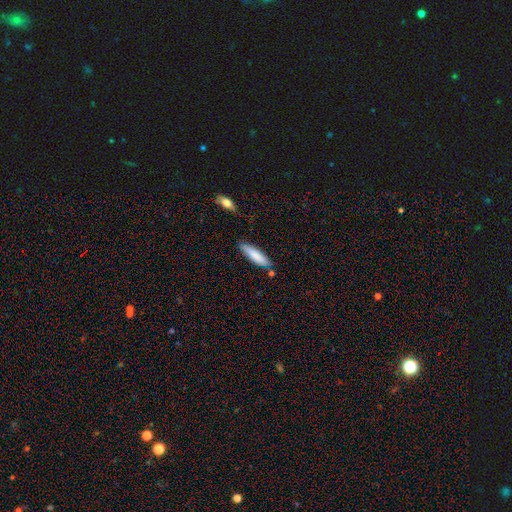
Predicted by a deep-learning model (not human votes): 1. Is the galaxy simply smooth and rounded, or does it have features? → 83% smooth, 11% featured or disk, 6% star or artifact.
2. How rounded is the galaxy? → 73% cigar-shaped, 26% in between, 1% round.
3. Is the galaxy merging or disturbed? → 80% none, 13% minor disturbance, 4% merger, 2% major disturbance.